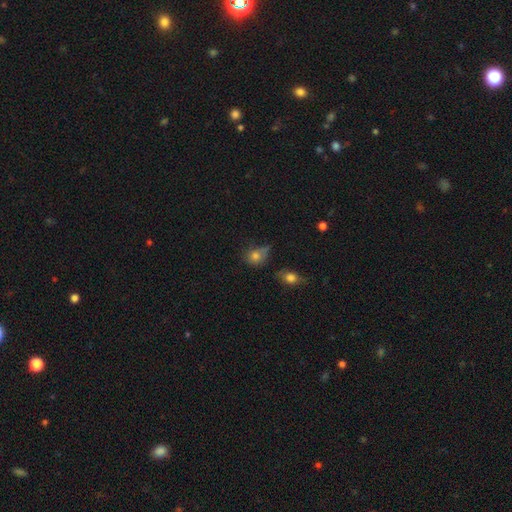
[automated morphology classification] smooth 74%, star or artifact 13%, featured or disk 12%. Down the decision tree: how rounded — round (59%); merging — none (42%).